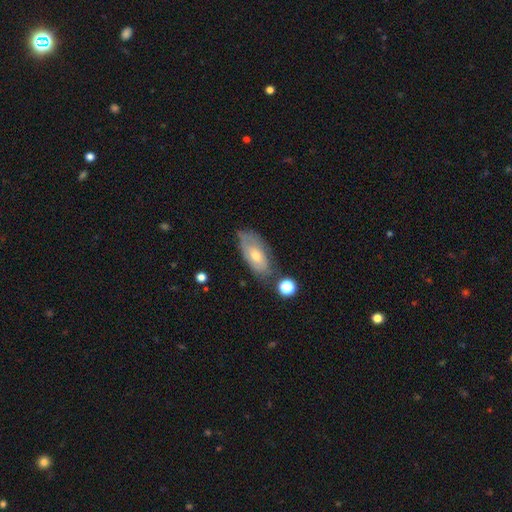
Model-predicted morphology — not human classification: Q: Smooth or featured?
A: smooth (46%); tied with: featured or disk (46%)
Q: Merging?
A: none (62%); runner-up: minor disturbance (25%)